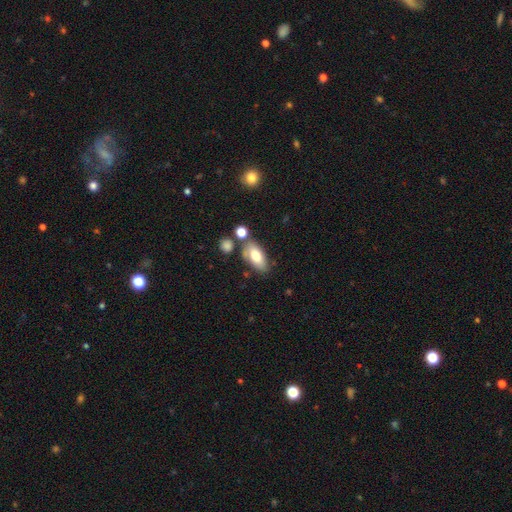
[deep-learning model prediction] This appears to be a smooth galaxy with no disk features (75%) that is in between round and cigar-shaped (89%). Merging: none (65%).